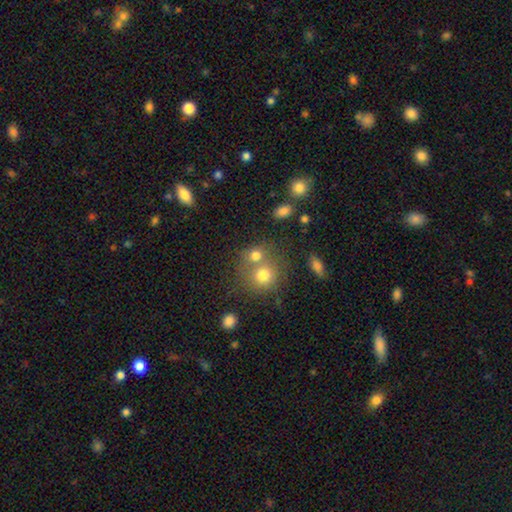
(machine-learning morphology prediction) This appears to be a smooth galaxy with no disk features (74%) that is round (73%). Merging: merger (44%).